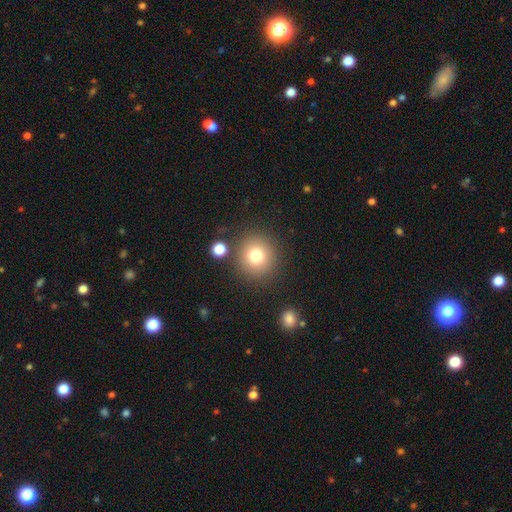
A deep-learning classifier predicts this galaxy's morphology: The model was most divided on "smooth or featured": smooth: 77%, star or artifact: 13%, featured or disk: 10%. More confident: how rounded — round (93%); merging — none (85%).